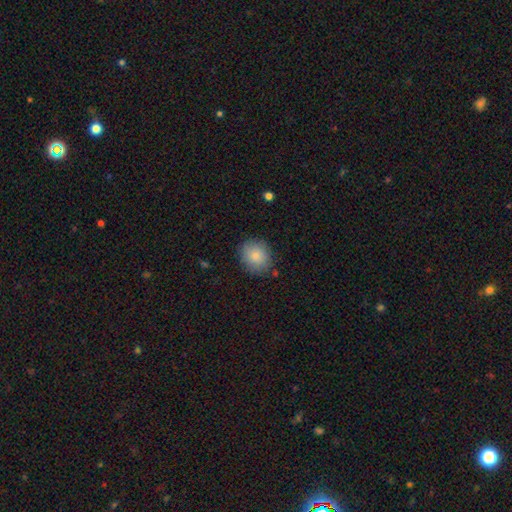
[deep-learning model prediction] Q: Smooth or featured?
A: smooth (84%); runner-up: star or artifact (8%)
Q: How rounded?
A: round (71%); runner-up: in between (28%)
Q: Merging?
A: none (83%); runner-up: minor disturbance (12%)